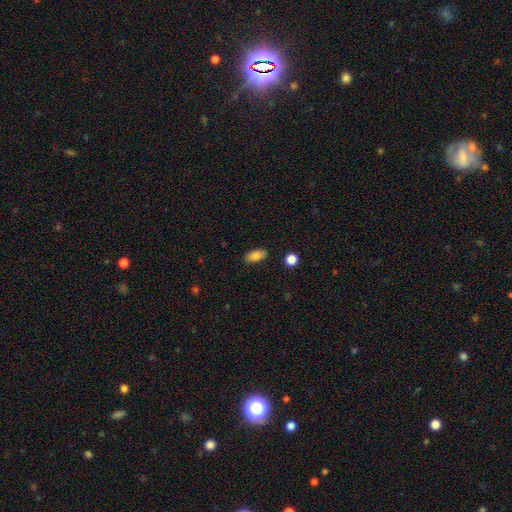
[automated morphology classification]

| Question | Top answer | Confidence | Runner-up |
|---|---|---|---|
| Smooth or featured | smooth | 83% | featured or disk (8%) |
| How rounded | in between | 90% | cigar-shaped (6%) |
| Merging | none | 86% | minor disturbance (10%) |